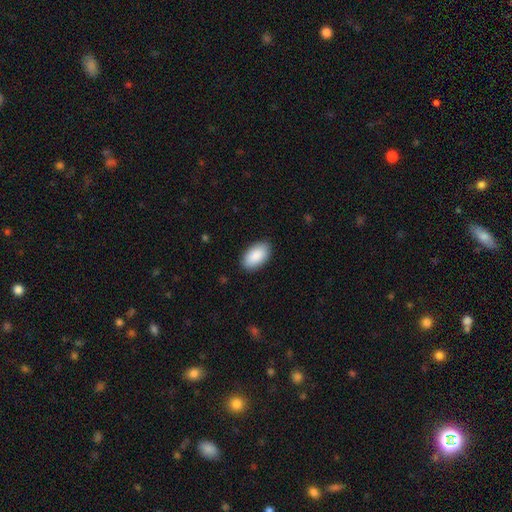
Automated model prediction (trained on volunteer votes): This appears to be a smooth galaxy with no disk features (91%) that is in between round and cigar-shaped (96%). Merging: none (88%).